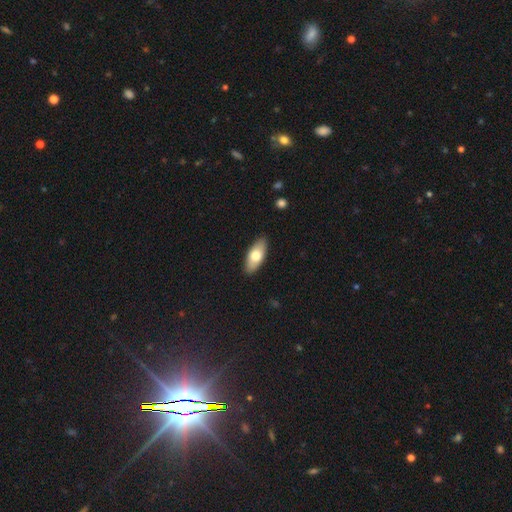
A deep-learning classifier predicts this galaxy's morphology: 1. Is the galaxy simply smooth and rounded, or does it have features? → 72% smooth, 23% featured or disk, 6% star or artifact.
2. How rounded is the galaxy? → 82% in between, 15% cigar-shaped, 2% round.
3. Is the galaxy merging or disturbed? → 89% none, 9% minor disturbance, 2% major disturbance, 1% merger.